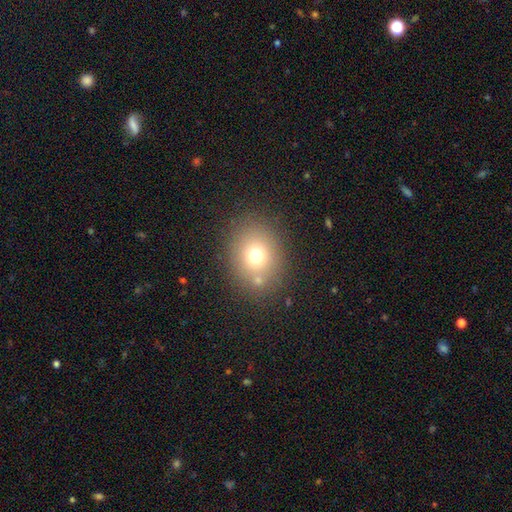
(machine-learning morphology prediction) A smooth galaxy with no disk features (70%) that is round (58%). Merging: none (78%).